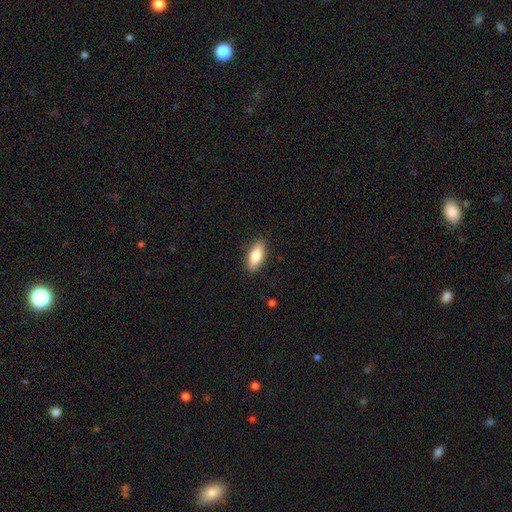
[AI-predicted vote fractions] smooth 80%, featured or disk 14%, star or artifact 6%. Down the decision tree: how rounded — in between (79%); merging — none (87%).